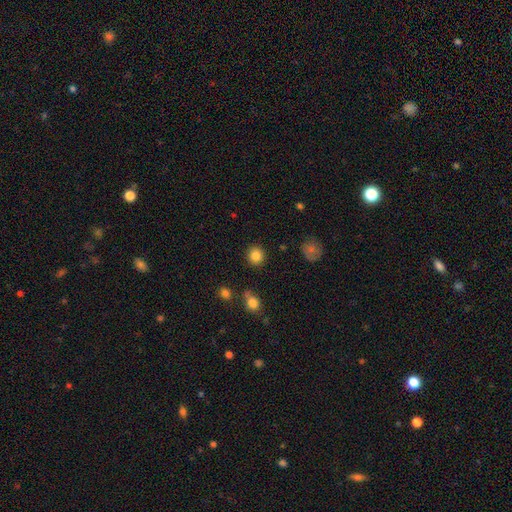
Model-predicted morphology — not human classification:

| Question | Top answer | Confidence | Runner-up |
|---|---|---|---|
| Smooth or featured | smooth | 85% | star or artifact (10%) |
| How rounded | round | 91% | in between (8%) |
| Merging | none | 90% | minor disturbance (6%) |